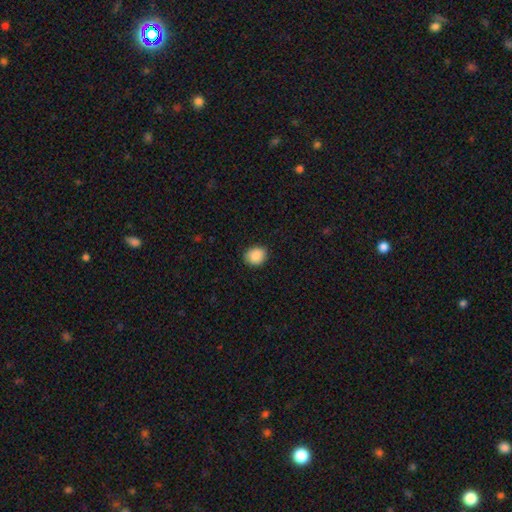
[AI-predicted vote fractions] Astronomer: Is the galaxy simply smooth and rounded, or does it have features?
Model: smooth — 88%.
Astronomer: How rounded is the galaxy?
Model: round — 57% (runner-up: in between, 42%).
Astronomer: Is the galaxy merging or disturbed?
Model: none — 85%.